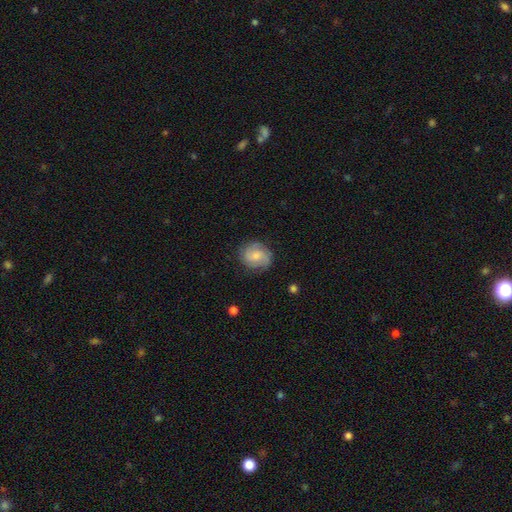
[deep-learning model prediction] A featured or disk galaxy (49%). Merging: none (79%).